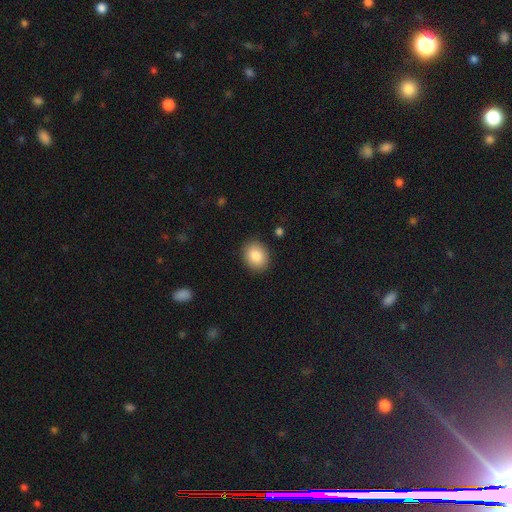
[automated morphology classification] This appears to be a smooth galaxy with no disk features (86%) that is in between round and cigar-shaped (50%). Merging: none (89%).